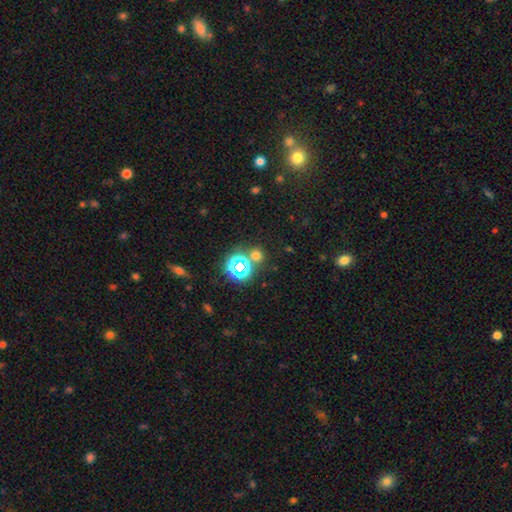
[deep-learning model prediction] This appears to be a smooth galaxy with no disk features (55%) that is round (86%). Merging: none (72%).